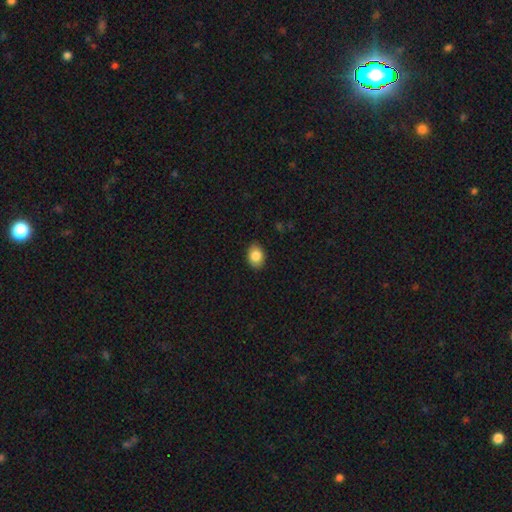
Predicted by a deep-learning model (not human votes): smooth 86%, star or artifact 8%, featured or disk 6%. Down the decision tree: how rounded — in between (73%); merging — none (87%).